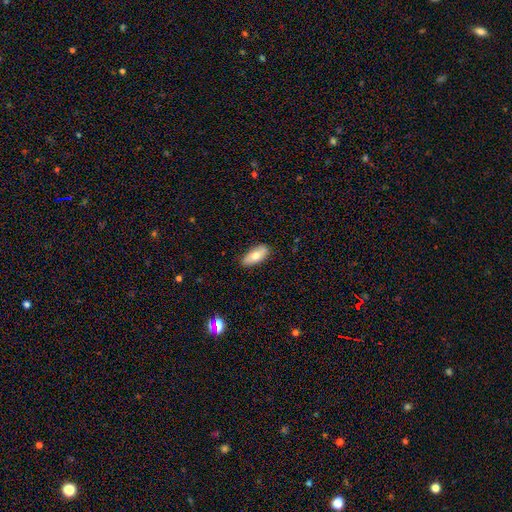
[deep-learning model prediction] smooth_or_featured: smooth (p=0.71) [alt: featured or disk p=0.23]
how_rounded: in between (p=0.82) [alt: cigar-shaped p=0.15]
merging: none (p=0.83) [alt: minor disturbance p=0.14]